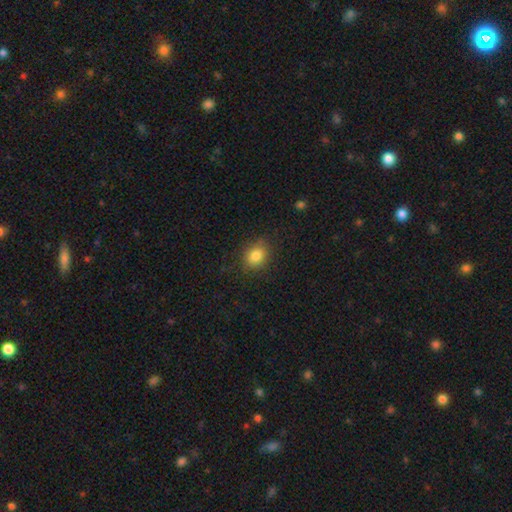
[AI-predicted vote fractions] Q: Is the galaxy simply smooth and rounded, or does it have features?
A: smooth — 84%.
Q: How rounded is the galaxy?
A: round — 61%.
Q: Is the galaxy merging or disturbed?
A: none — 85%.